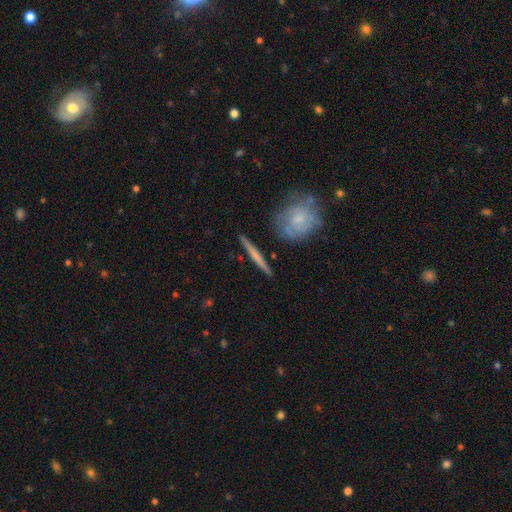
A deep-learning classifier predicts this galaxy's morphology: Q: Smooth or featured?
A: featured or disk (50%); runner-up: smooth (44%)
Q: Edge-on disk?
A: yes (93%); runner-up: no (7%)
Q: Merging?
A: none (88%); runner-up: minor disturbance (8%)